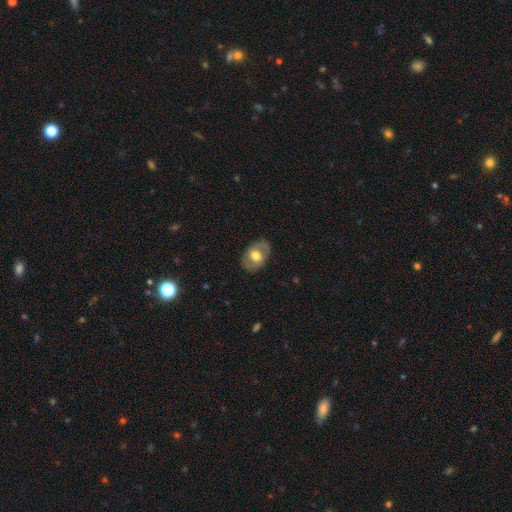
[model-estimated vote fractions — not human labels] This appears to be a smooth galaxy with no disk features (52%) that is in between round and cigar-shaped (76%). Merging: none (79%).